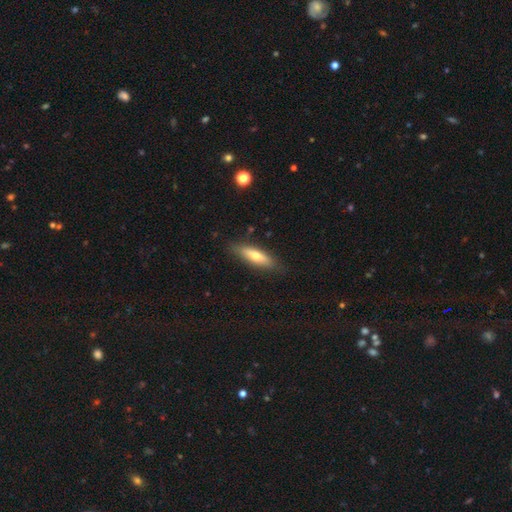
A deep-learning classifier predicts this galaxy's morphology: A smooth galaxy with no disk features (58%) that is cigar-shaped (59%).

Vote fractions:
- Smooth or featured? smooth: 58% / featured or disk: 35% / star or artifact: 6%
- How rounded? cigar-shaped: 59% / in between: 39% / round: 2%
- Merging? none: 83% / minor disturbance: 13% / major disturbance: 3% / merger: 1%